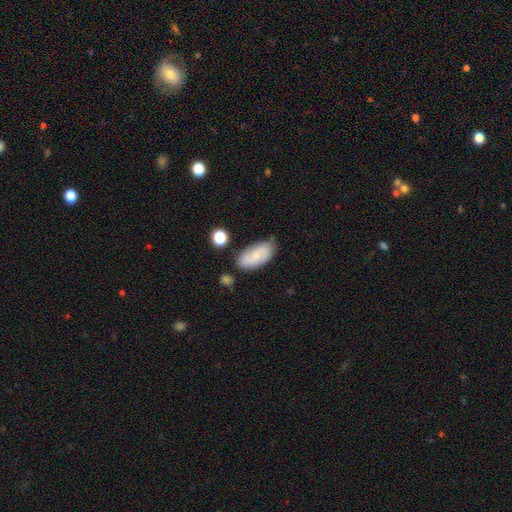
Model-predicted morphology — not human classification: Q: Smooth or featured?
A: smooth (64%); runner-up: featured or disk (28%)
Q: How rounded?
A: in between (90%); runner-up: cigar-shaped (7%)
Q: Merging?
A: none (67%); runner-up: minor disturbance (23%)